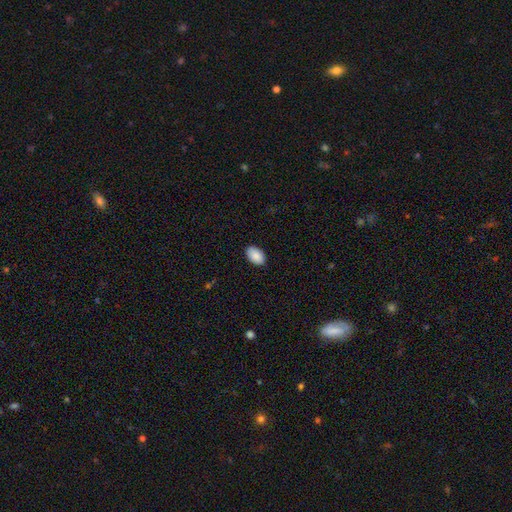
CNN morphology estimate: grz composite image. It shows a smooth galaxy with no disk features (90%) that is in between round and cigar-shaped (92%). Merging: none (88%).